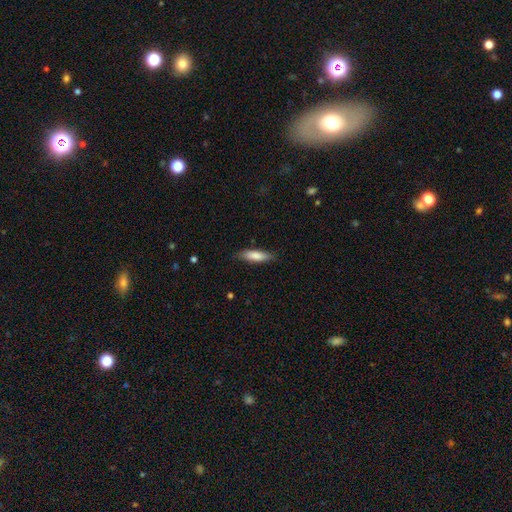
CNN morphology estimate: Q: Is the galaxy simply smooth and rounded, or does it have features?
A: smooth — 81%.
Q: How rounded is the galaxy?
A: cigar-shaped — 64%.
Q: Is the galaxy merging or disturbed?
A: none — 82%.